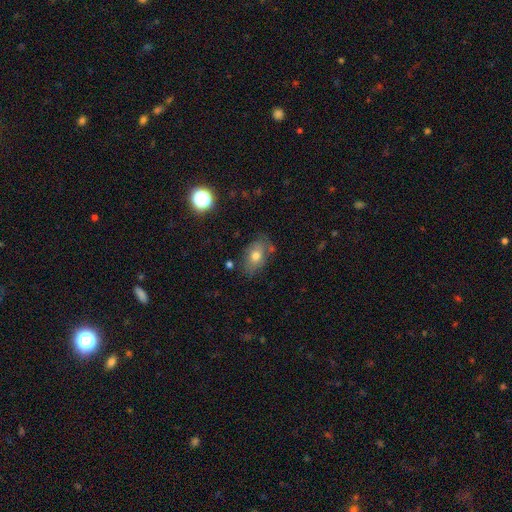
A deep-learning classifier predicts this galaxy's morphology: This is likely a smooth galaxy (67%). How rounded: clearly in between (83%). Merging: likely none (69%).